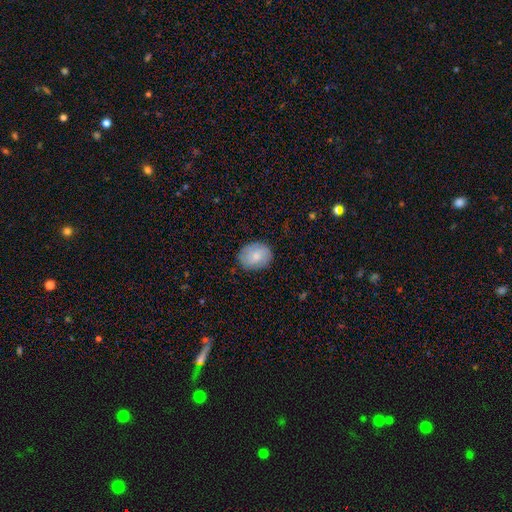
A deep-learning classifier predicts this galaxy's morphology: smooth 69%, featured or disk 25%, star or artifact 7%. Down the decision tree: how rounded — in between (54%); merging — none (82%).